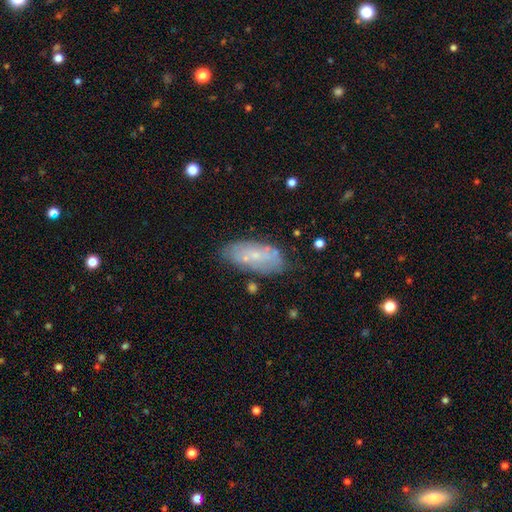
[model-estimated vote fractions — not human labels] smooth_or_featured: featured or disk (p=0.47) [alt: smooth p=0.45]
merging: none (p=0.72) [alt: minor disturbance p=0.19]